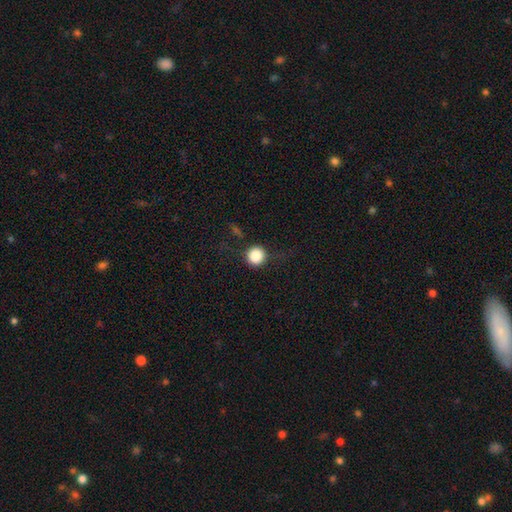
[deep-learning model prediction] This is clearly a smooth galaxy (84%). How rounded: clearly round (94%). Merging: clearly none (82%).